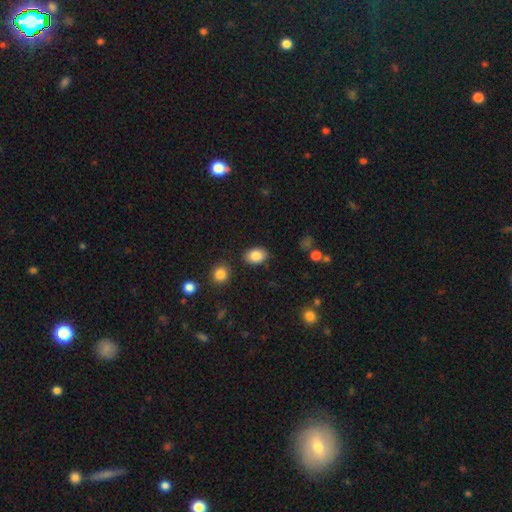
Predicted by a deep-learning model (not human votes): This appears to be a smooth galaxy with no disk features (87%) that is in between round and cigar-shaped (81%). Merging: none (84%).